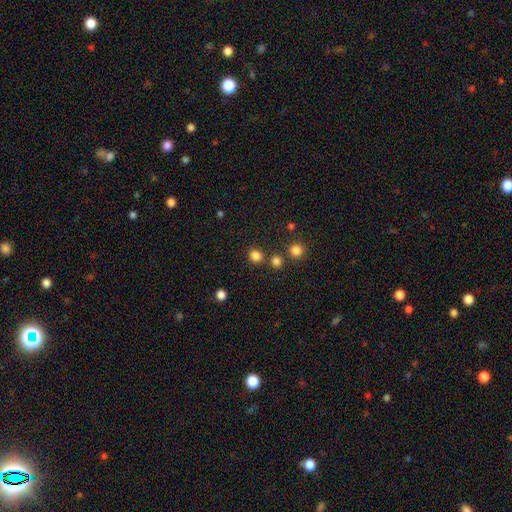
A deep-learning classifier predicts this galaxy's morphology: smooth-or-featured: smooth: 82% | star or artifact: 15% | featured or disk: 4%
  how-rounded: round: 82% | in between: 17% | cigar-shaped: 1%
  merging: none: 82% | merger: 8% | minor disturbance: 7% | major disturbance: 3%